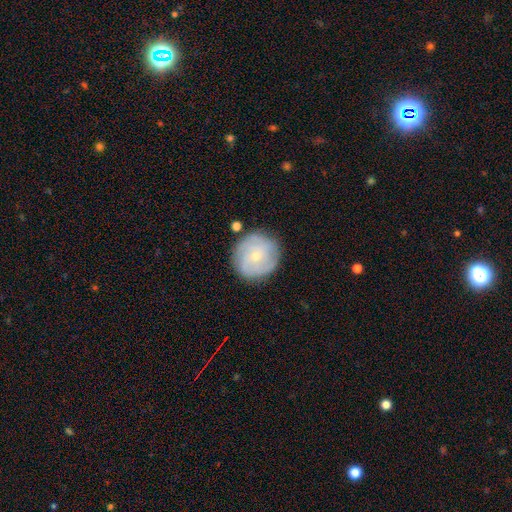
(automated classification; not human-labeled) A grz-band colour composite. It shows a featured or disk galaxy (60%) with no bar (75%), spiral arms (82%) and a small central bulge (72%). Merging: none (83%).